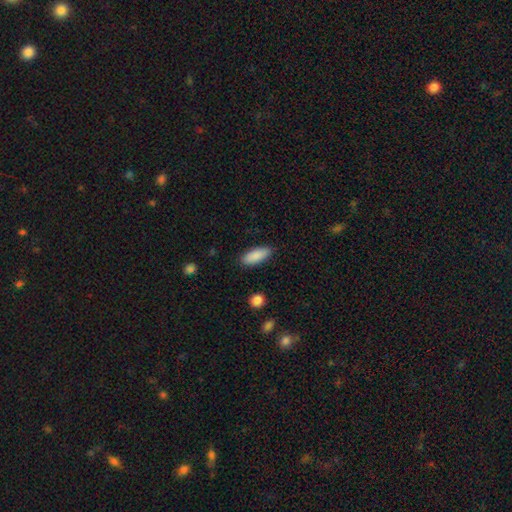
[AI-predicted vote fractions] A smooth galaxy with no disk features (89%) that is in between round and cigar-shaped (75%).

Vote fractions:
- Smooth or featured? smooth: 89% / star or artifact: 6% / featured or disk: 5%
- How rounded? in between: 75% / cigar-shaped: 24% / round: 2%
- Merging? none: 88% / minor disturbance: 9% / major disturbance: 2% / merger: 1%